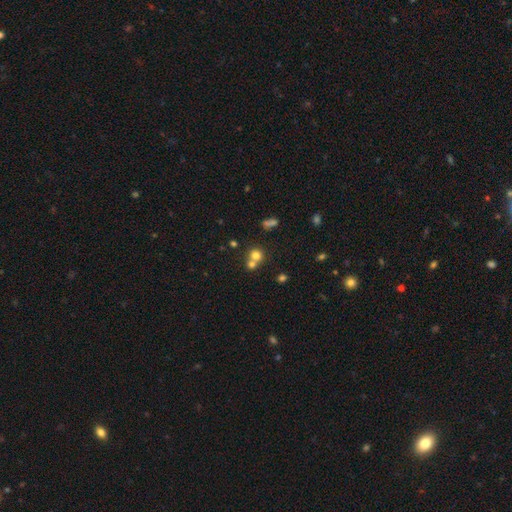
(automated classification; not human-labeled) Smooth or featured?
  - smooth: 71% *
  - star or artifact: 16%
  - featured or disk: 13%
How rounded?
  - round: 85% *
  - in between: 14%
  - cigar-shaped: 1%
Merging?
  - merger: 48% *
  - none: 44%
  - minor disturbance: 6%
  - major disturbance: 3%